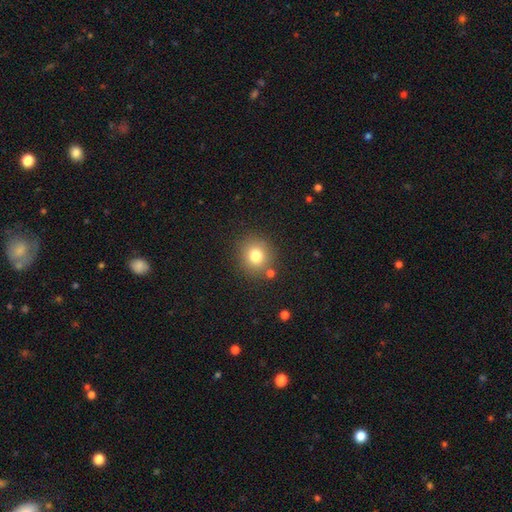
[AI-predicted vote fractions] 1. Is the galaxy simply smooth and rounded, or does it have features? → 79% smooth, 12% star or artifact, 9% featured or disk.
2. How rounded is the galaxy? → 87% round, 12% in between, 1% cigar-shaped.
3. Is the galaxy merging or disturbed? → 82% none, 9% minor disturbance, 6% merger, 3% major disturbance.